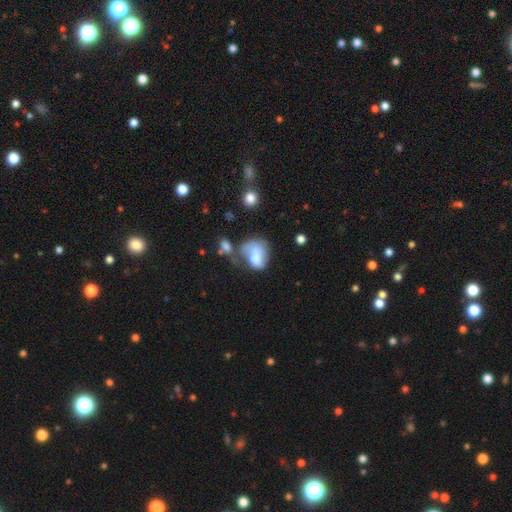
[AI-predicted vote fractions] The model was most divided on "merging": merger: 31%, major disturbance: 28%, none: 21%, minor disturbance: 20%. More confident: how rounded — in between (68%); smooth or featured — smooth (65%).